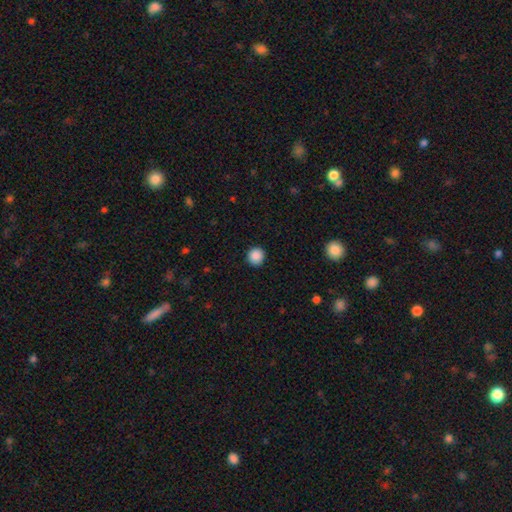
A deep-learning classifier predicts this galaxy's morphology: Smooth or featured? Predicted: smooth (p=0.88). How rounded? Predicted: round (p=0.94). Merging? Predicted: none (p=0.92).